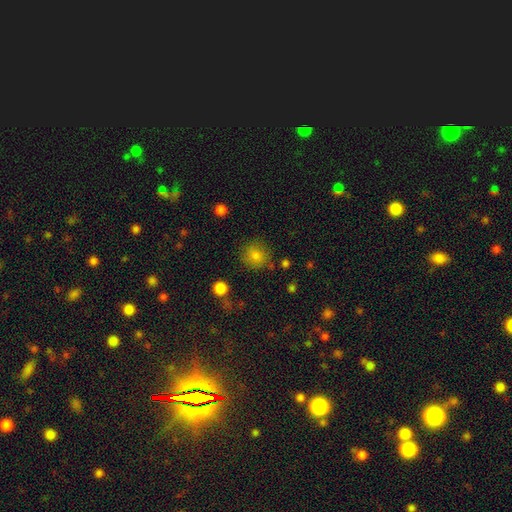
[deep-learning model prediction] Q: Smooth or featured?
A: smooth (81%); runner-up: star or artifact (13%)
Q: How rounded?
A: round (88%); runner-up: in between (11%)
Q: Merging?
A: none (83%); runner-up: minor disturbance (11%)